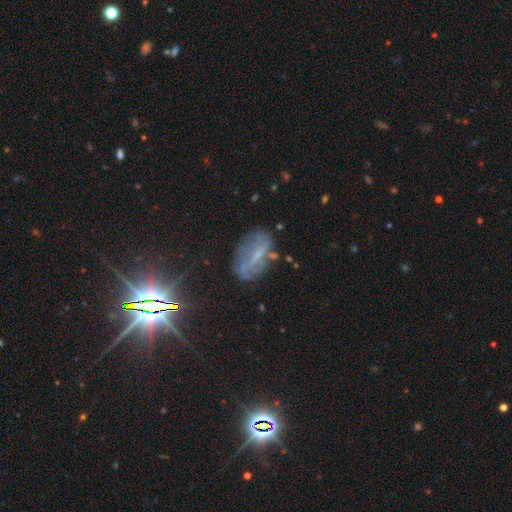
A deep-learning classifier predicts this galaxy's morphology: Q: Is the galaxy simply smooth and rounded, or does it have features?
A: featured or disk — 53%.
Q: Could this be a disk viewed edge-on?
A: no — 86%.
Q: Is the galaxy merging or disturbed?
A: none — 66%.